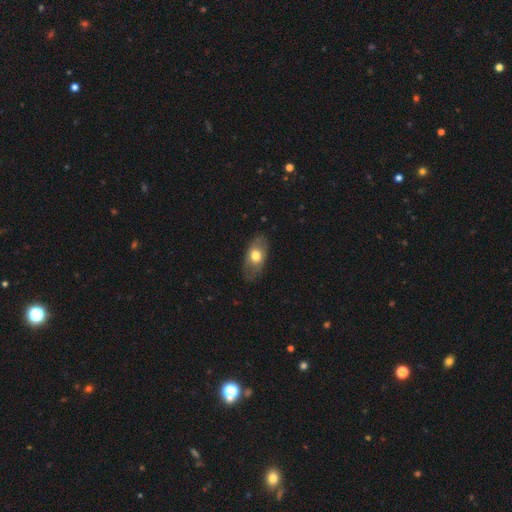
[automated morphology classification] This appears to be a smooth galaxy with no disk features (65%) that is in between round and cigar-shaped (88%). Merging: none (78%).